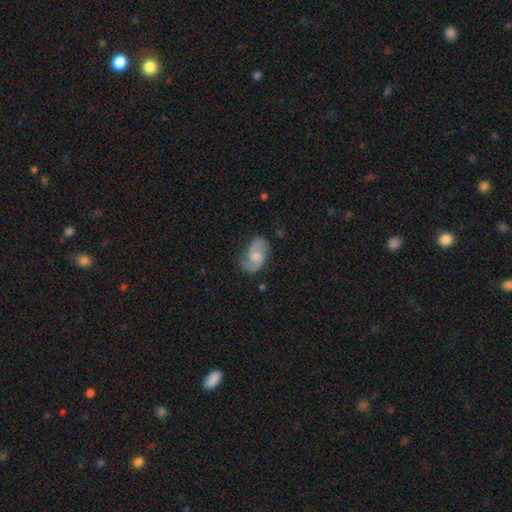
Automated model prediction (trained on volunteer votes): smooth_or_featured: featured or disk (p=0.70) [alt: smooth p=0.23]
disk_edge_on: no (p=0.97) [alt: yes p=0.03]
bar: no (p=0.54) [alt: weak p=0.40]
has_spiral_arms: yes (p=0.93) [alt: no p=0.07]
spiral_winding: medium (p=0.48) [alt: loose p=0.34]
spiral_arm_count: 2 (p=0.88) [alt: can't tell p=0.06]
bulge_size: moderate (p=0.41) [alt: small p=0.28]
merging: none (p=0.73) [alt: minor disturbance p=0.19]